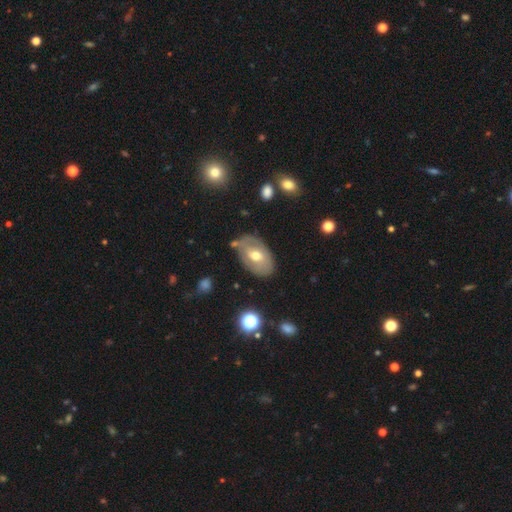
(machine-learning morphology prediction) smooth_or_featured: featured or disk (p=0.48) [alt: smooth p=0.44]
merging: none (p=0.67) [alt: minor disturbance p=0.22]